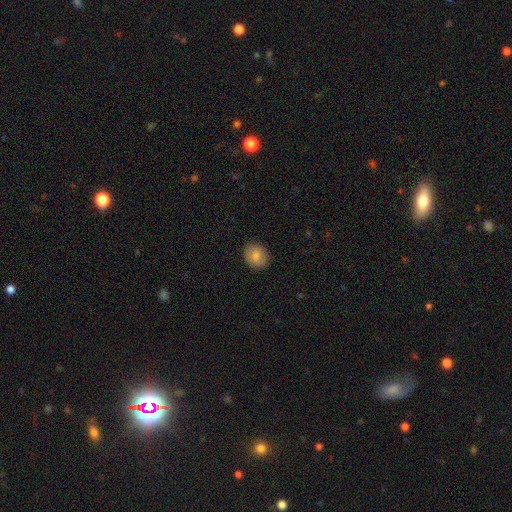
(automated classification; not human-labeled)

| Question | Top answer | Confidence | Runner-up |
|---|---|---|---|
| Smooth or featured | smooth | 82% | featured or disk (10%) |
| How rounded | round | 67% | in between (32%) |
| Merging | none | 88% | minor disturbance (9%) |